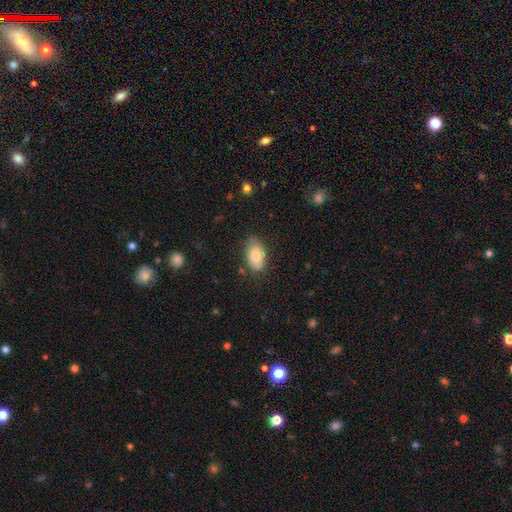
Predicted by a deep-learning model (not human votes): smooth-or-featured: smooth: 82% | featured or disk: 11% | star or artifact: 7%
  how-rounded: in between: 93% | round: 5% | cigar-shaped: 2%
  merging: none: 78% | minor disturbance: 17% | major disturbance: 3% | merger: 2%